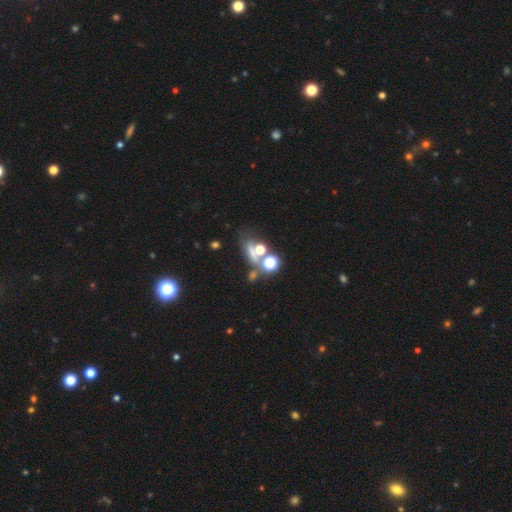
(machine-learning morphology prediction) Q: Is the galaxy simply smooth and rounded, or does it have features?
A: smooth — 45%.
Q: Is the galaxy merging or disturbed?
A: none — 48%.